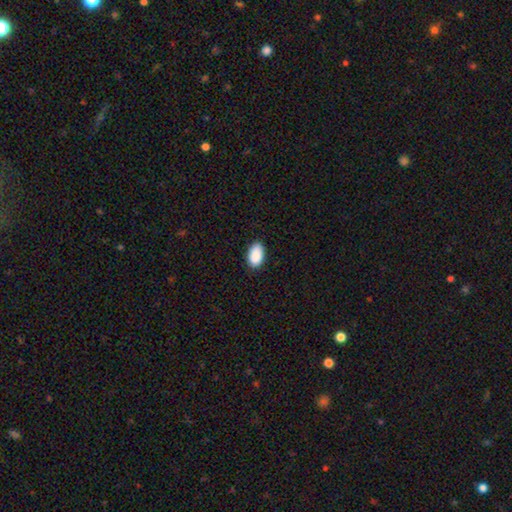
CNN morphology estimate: The model was most divided on "merging": none: 84%, minor disturbance: 13%, major disturbance: 2%, merger: 1%. More confident: how rounded — in between (94%); smooth or featured — smooth (90%).